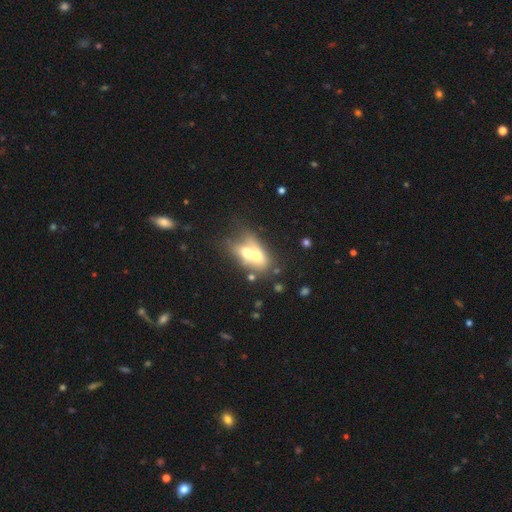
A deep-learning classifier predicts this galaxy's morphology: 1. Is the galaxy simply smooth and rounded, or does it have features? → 58% smooth, 33% featured or disk, 9% star or artifact.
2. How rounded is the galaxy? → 69% in between, 26% round, 5% cigar-shaped.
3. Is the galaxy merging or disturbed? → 74% merger, 14% none, 6% minor disturbance, 6% major disturbance.